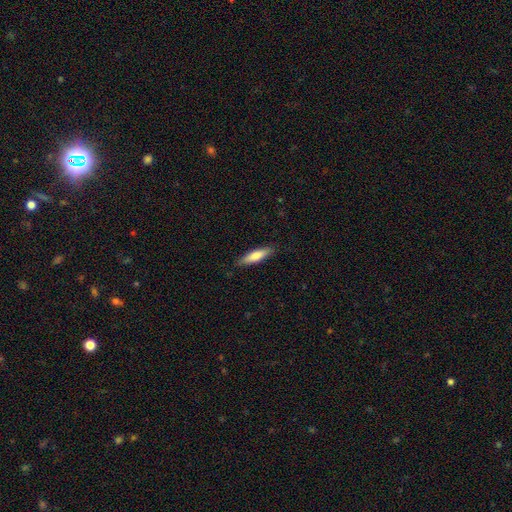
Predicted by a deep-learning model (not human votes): Smooth or featured: smooth — 72% (featured or disk — 23%)
How rounded: cigar-shaped — 70% (in between — 29%)
Merging: none — 87% (minor disturbance — 10%)